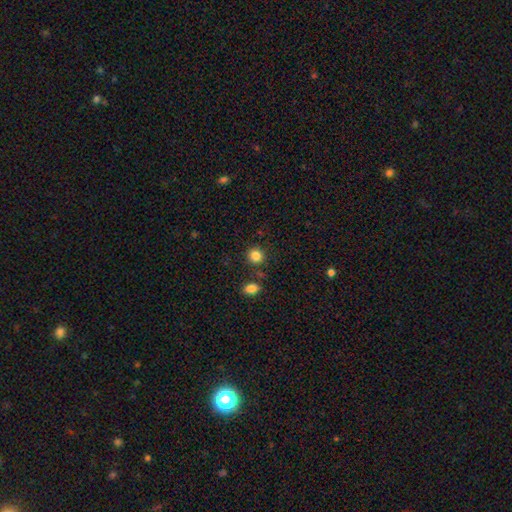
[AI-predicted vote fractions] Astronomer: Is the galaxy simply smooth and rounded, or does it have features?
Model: smooth — 85%.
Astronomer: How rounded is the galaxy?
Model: round — 87%.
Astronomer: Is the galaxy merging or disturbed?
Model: none — 83%.